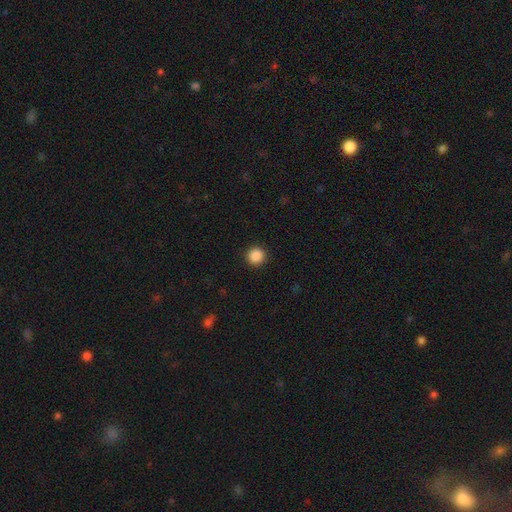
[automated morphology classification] A smooth galaxy with no disk features (88%) that is round (94%). Merging: none (92%).